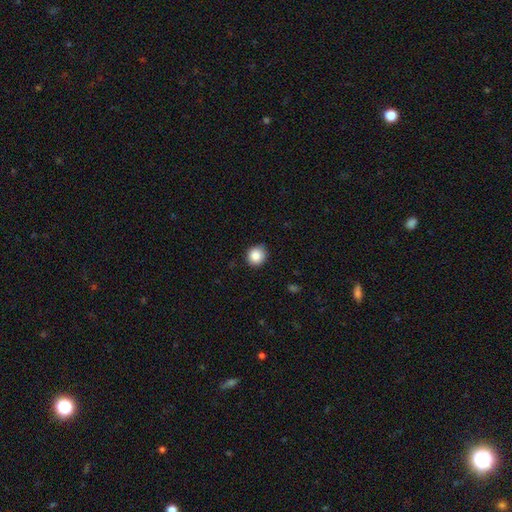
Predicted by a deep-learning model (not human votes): A smooth galaxy with no disk features (87%) that is round (86%).

Vote fractions:
- Smooth or featured? smooth: 87% / star or artifact: 9% / featured or disk: 4%
- How rounded? round: 86% / in between: 13% / cigar-shaped: 1%
- Merging? none: 85% / minor disturbance: 12% / major disturbance: 2% / merger: 1%